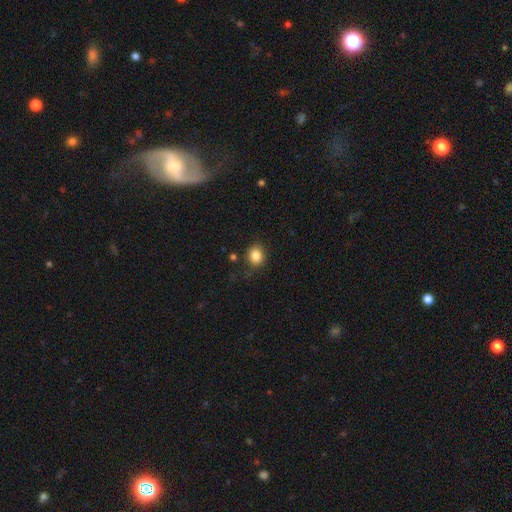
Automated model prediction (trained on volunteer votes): Q: Smooth or featured?
A: smooth (85%); runner-up: star or artifact (10%)
Q: How rounded?
A: round (65%); runner-up: in between (34%)
Q: Merging?
A: none (81%); runner-up: minor disturbance (12%)